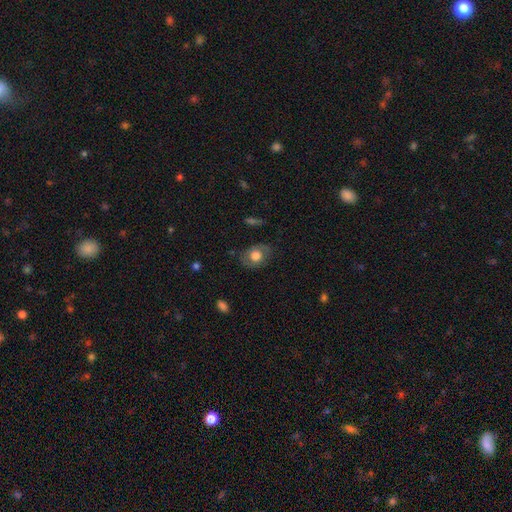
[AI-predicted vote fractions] Smooth or featured?
  - smooth: 61% *
  - featured or disk: 32%
  - star or artifact: 8%
How rounded?
  - in between: 62% *
  - round: 36%
  - cigar-shaped: 1%
Merging?
  - none: 74% *
  - minor disturbance: 18%
  - major disturbance: 7%
  - merger: 1%